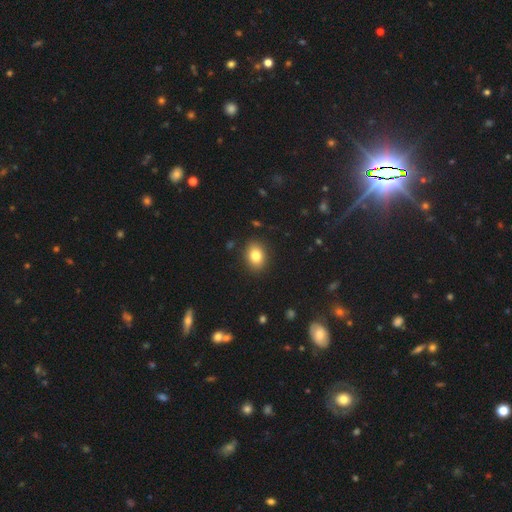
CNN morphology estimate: smooth 82%, star or artifact 10%, featured or disk 8%. Down the decision tree: how rounded — in between (63%); merging — none (89%).